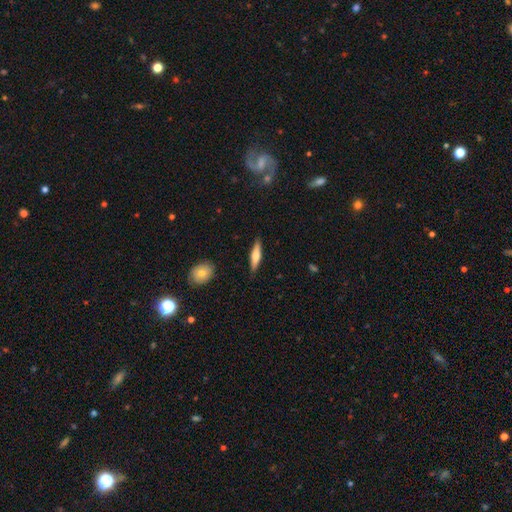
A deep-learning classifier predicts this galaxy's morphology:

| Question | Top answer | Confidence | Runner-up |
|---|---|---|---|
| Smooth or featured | smooth | 58% | featured or disk (36%) |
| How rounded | cigar-shaped | 76% | in between (23%) |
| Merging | none | 88% | minor disturbance (9%) |